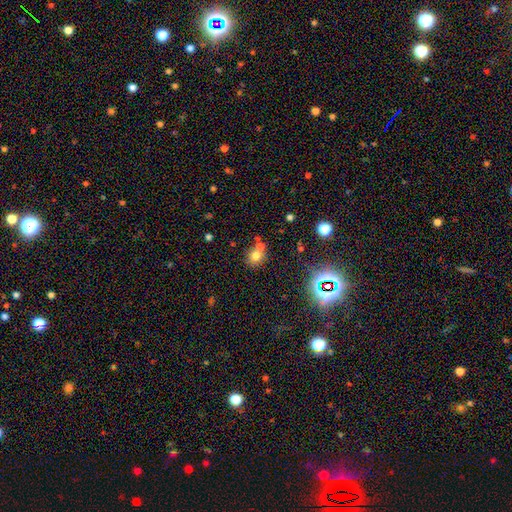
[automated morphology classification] smooth_or_featured: smooth (p=0.70) [alt: star or artifact p=0.18]
how_rounded: round (p=0.80) [alt: in between p=0.19]
merging: none (p=0.55) [alt: merger p=0.32]